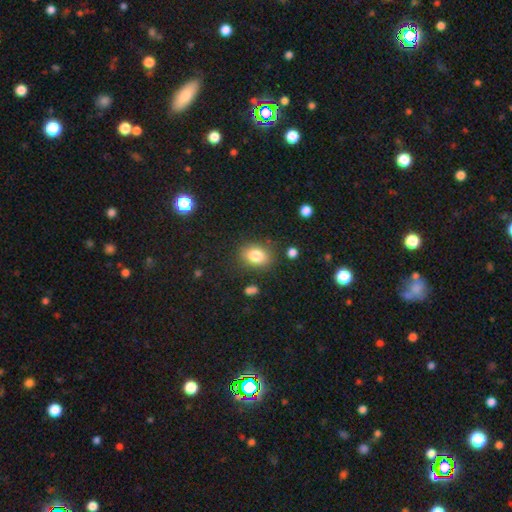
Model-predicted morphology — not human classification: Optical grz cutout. It shows a smooth galaxy with no disk features (82%) that is in between round and cigar-shaped (64%). Merging: none (81%).